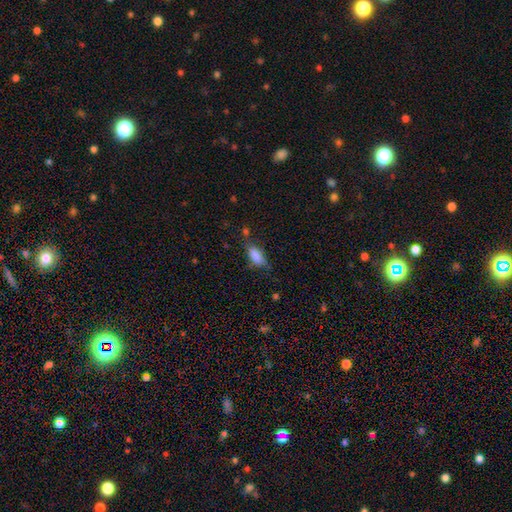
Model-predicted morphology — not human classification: A smooth galaxy with no disk features (82%) that is in between round and cigar-shaped (79%).

Vote fractions:
- Smooth or featured? smooth: 82% / featured or disk: 10% / star or artifact: 8%
- How rounded? in between: 79% / cigar-shaped: 18% / round: 3%
- Merging? none: 54% / minor disturbance: 30% / major disturbance: 11% / merger: 5%